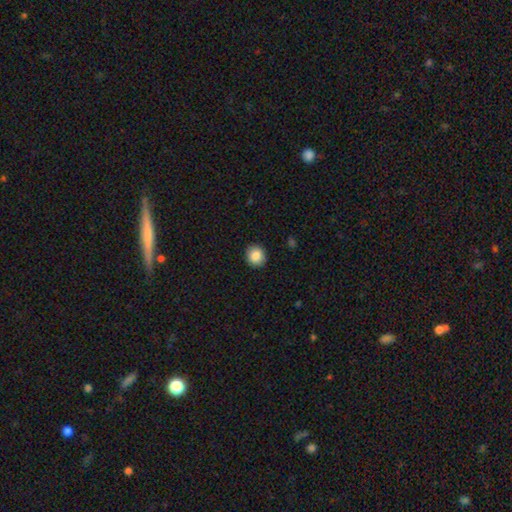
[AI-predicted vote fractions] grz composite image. It shows a smooth galaxy with no disk features (86%) that is round (87%). Merging: none (91%).